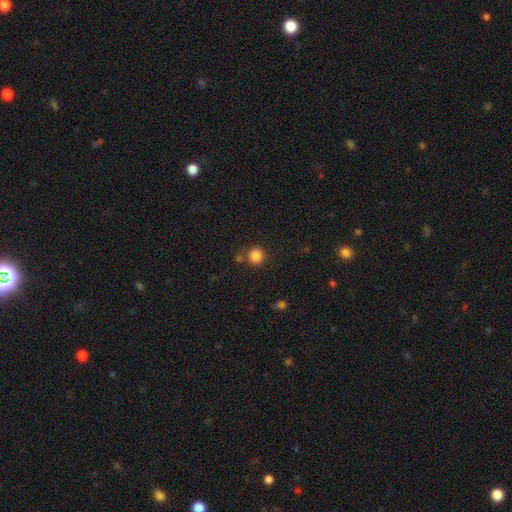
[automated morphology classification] The model was most divided on "merging": none: 77%, minor disturbance: 11%, merger: 9%, major disturbance: 4%. More confident: how rounded — round (87%); smooth or featured — smooth (86%).